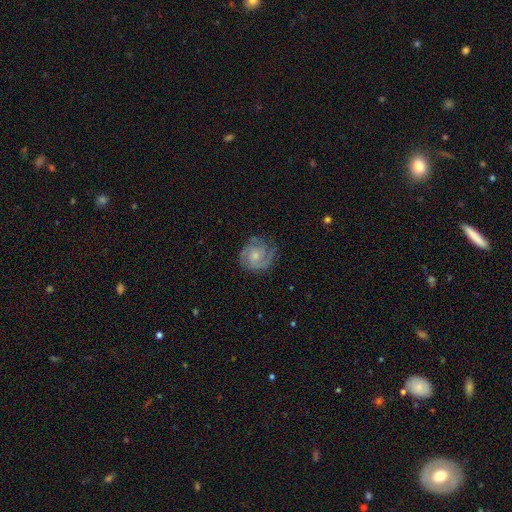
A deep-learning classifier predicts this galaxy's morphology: A featured or disk galaxy (81%) with no bar (70%), 2 (41%) tight (58%) spiral arms (96%) and a small central bulge (50%).

Vote fractions:
- Smooth or featured? featured or disk: 81% / smooth: 13% / star or artifact: 6%
- Edge-on disk? no: 98% / yes: 2%
- Bar? no: 70% / weak: 26% / strong: 4%
- Spiral arms? yes: 96% / no: 4%
- Spiral winding? tight: 58% / medium: 35% / loose: 7%
- Spiral arm count? 2: 41% / 3: 29% / can't tell: 16% / 4: 5% / 1: 5% / more than 4: 4%
- Bulge size? small: 50% / moderate: 40% / none: 6% / large: 3% / dominant: 1%
- Merging? none: 74% / minor disturbance: 18% / major disturbance: 7% / merger: 1%